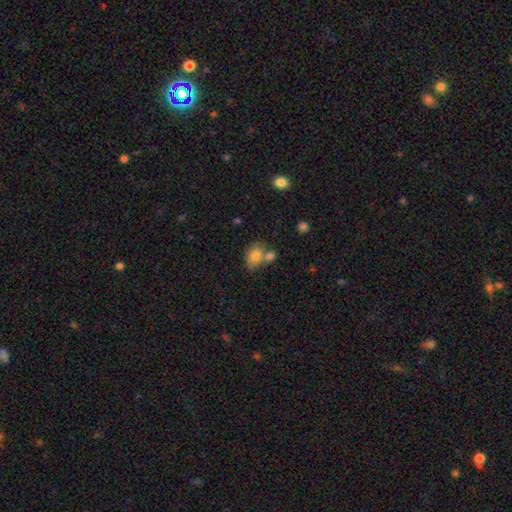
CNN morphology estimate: This appears to be a smooth galaxy with no disk features (79%) that is in between round and cigar-shaped (74%). Merging: none (45%).